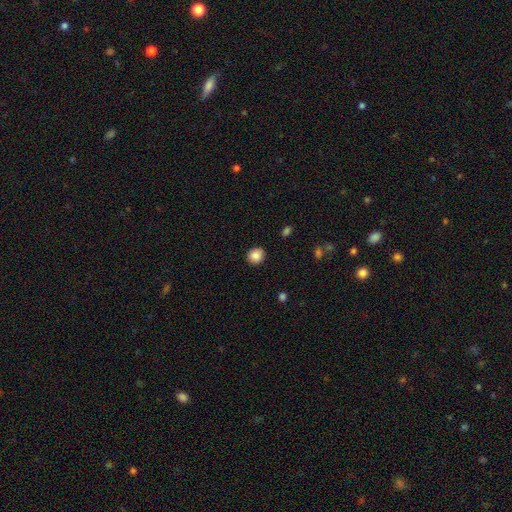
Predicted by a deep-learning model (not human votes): A smooth galaxy with no disk features (87%) that is round (86%). Merging: none (90%).